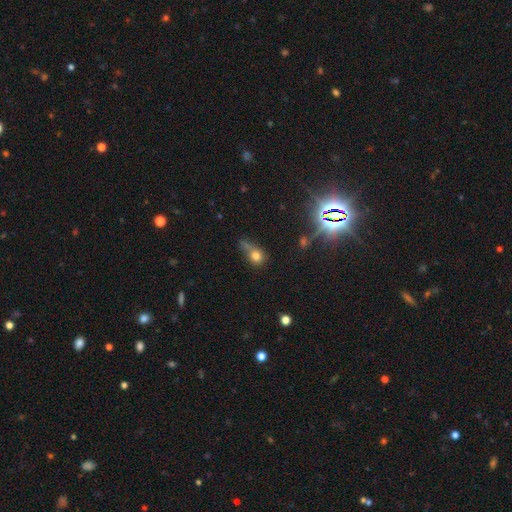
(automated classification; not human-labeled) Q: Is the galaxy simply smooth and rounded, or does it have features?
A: smooth — 69%.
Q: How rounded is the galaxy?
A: round — 58%.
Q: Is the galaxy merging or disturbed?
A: none — 35%.